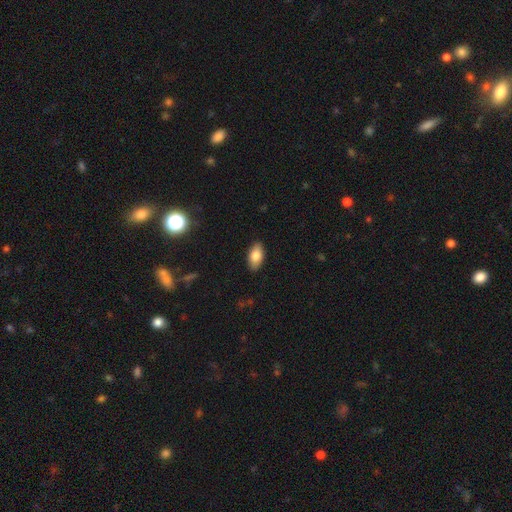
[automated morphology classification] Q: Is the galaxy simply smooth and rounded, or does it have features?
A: smooth — 82%.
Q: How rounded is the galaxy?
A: in between — 93%.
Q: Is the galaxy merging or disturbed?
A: none — 89%.